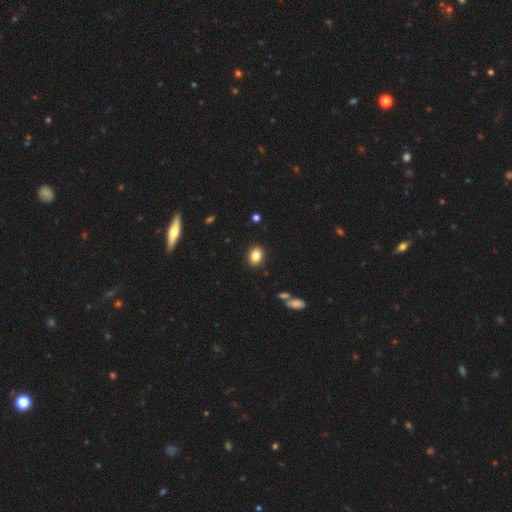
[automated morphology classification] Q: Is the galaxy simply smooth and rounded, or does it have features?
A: smooth — 83%.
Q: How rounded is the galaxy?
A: in between — 52%.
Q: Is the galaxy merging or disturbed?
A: none — 90%.